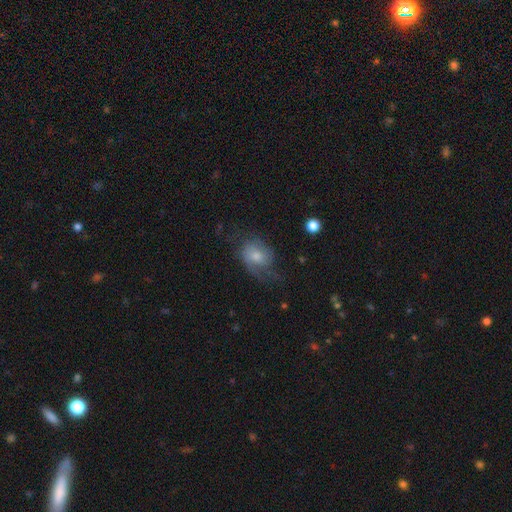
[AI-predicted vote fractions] This is possibly a featured or disk galaxy (53%). It is clearly not viewed edge-on (96%). Bar: likely no (67%). Spiral arm pattern: clearly yes (82%). Central bulge: possibly moderate (52%). Merging: possibly none (50%).